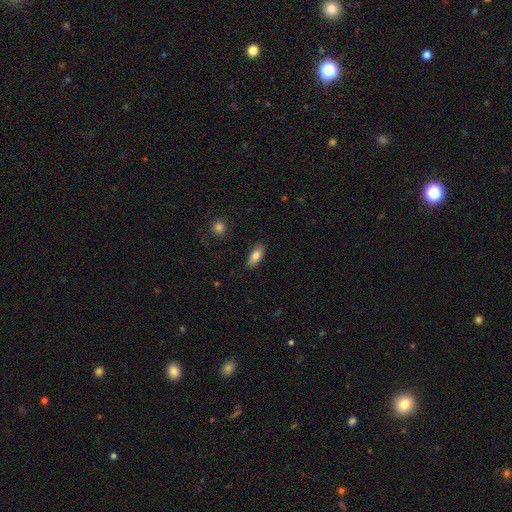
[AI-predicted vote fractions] Smooth or featured?
  - smooth: 80% *
  - featured or disk: 13%
  - star or artifact: 7%
How rounded?
  - in between: 84% *
  - cigar-shaped: 14%
  - round: 3%
Merging?
  - none: 87% *
  - minor disturbance: 9%
  - major disturbance: 2%
  - merger: 1%